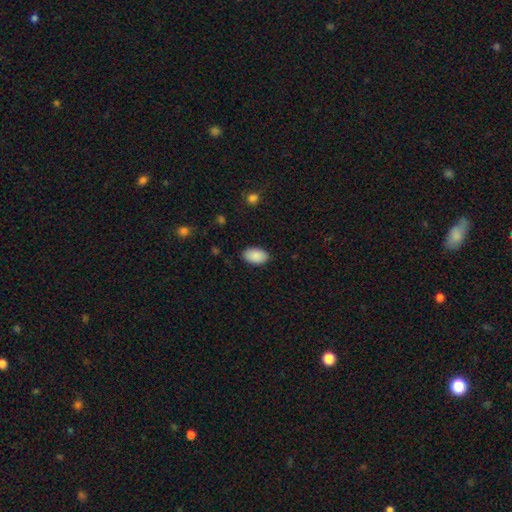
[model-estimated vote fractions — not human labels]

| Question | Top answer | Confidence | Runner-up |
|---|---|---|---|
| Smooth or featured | smooth | 90% | star or artifact (6%) |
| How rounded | in between | 93% | round (6%) |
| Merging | none | 87% | minor disturbance (9%) |